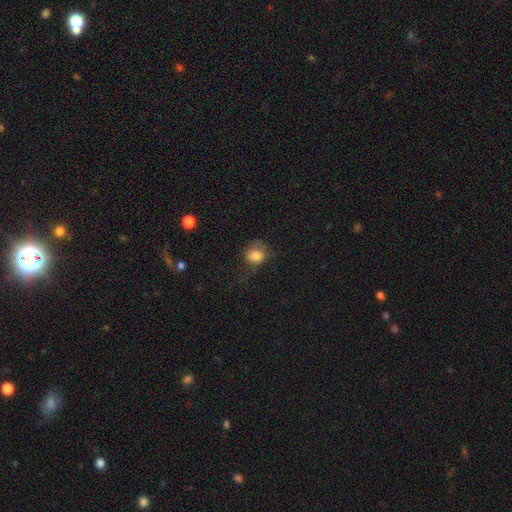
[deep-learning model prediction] smooth_or_featured: smooth (p=0.78) [alt: featured or disk p=0.12]
how_rounded: round (p=0.68) [alt: in between p=0.31]
merging: none (p=0.42) [alt: major disturbance p=0.29]